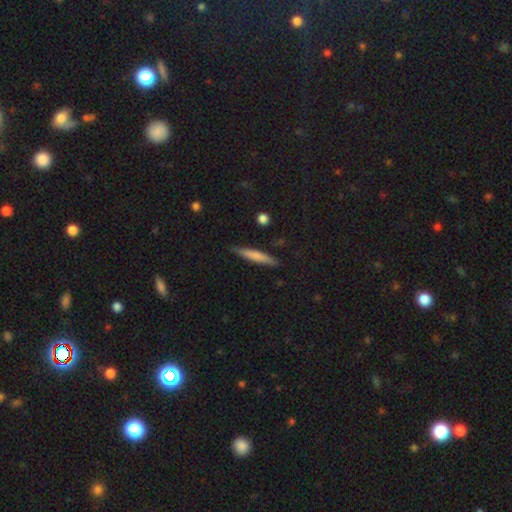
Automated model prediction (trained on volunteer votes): A smooth galaxy with no disk features (68%) that is cigar-shaped (92%). Merging: none (85%).